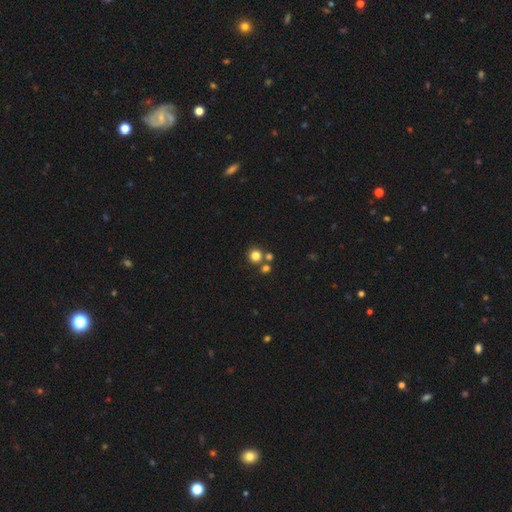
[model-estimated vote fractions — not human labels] The model was most divided on "merging": none: 68%, merger: 22%, minor disturbance: 7%, major disturbance: 3%. More confident: how rounded — round (91%); smooth or featured — smooth (80%).